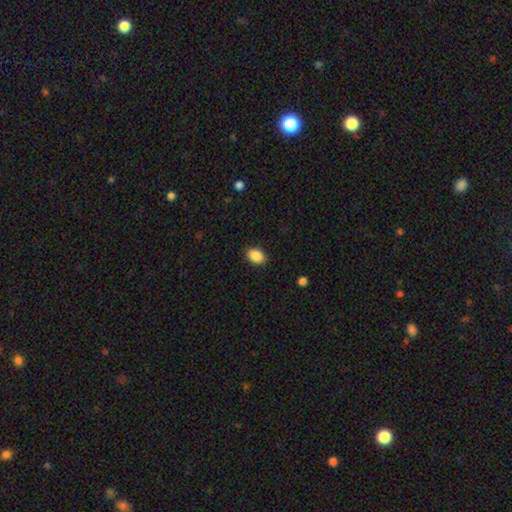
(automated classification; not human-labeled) Overall: smooth (89%). How rounded: in between (80%). Merging: none (89%).